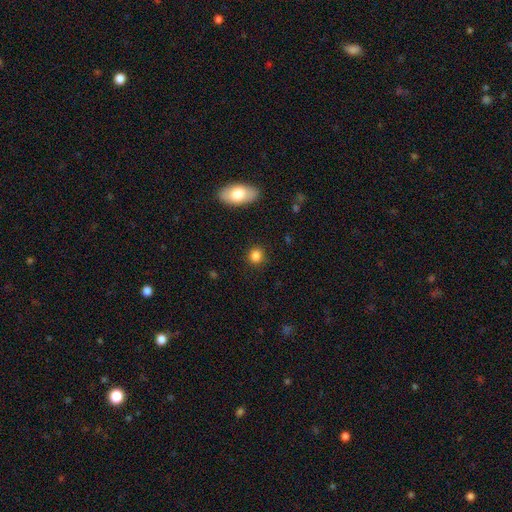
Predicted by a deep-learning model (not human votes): Q: Smooth or featured?
A: smooth (84%); runner-up: star or artifact (11%)
Q: How rounded?
A: round (80%); runner-up: in between (18%)
Q: Merging?
A: none (88%); runner-up: minor disturbance (8%)